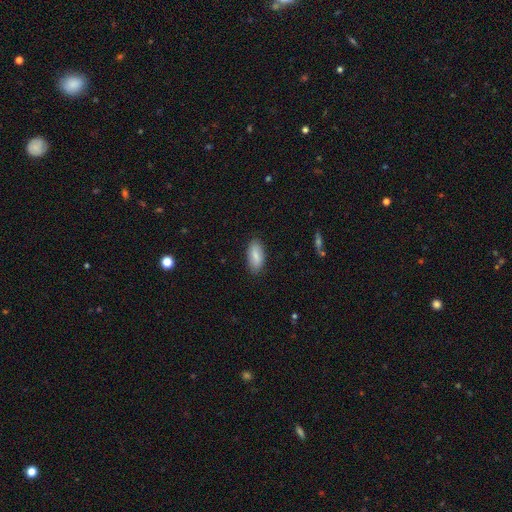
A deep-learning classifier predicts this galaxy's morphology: Smooth or featured? smooth (82%)
How rounded? in between (90%)
Merging? none (86%)